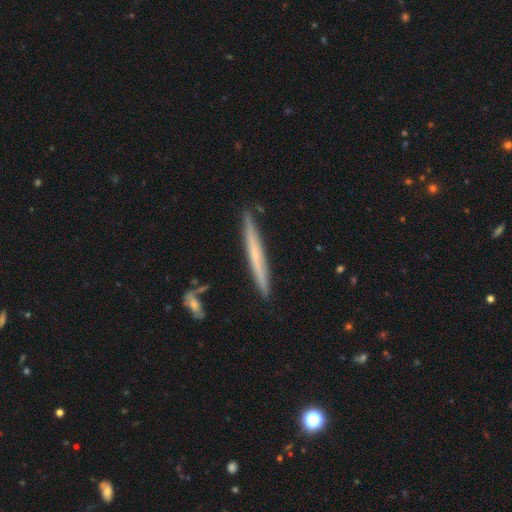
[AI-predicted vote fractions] smooth-or-featured: featured or disk: 50% | smooth: 44% | star or artifact: 6%
  merging: none: 89% | minor disturbance: 8% | merger: 2% | major disturbance: 1%